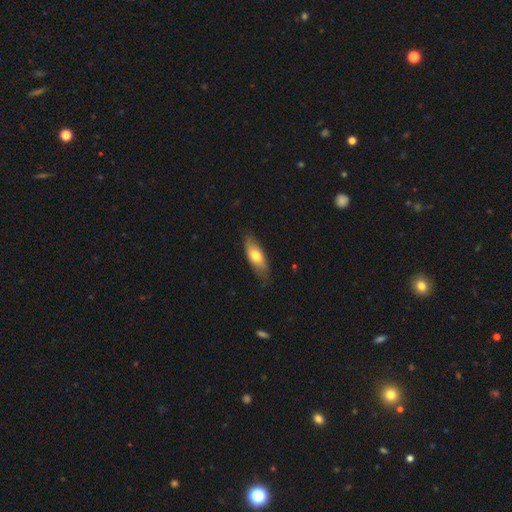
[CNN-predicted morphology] smooth 71%, featured or disk 23%, star or artifact 6%. Down the decision tree: how rounded — in between (72%); merging — none (76%).